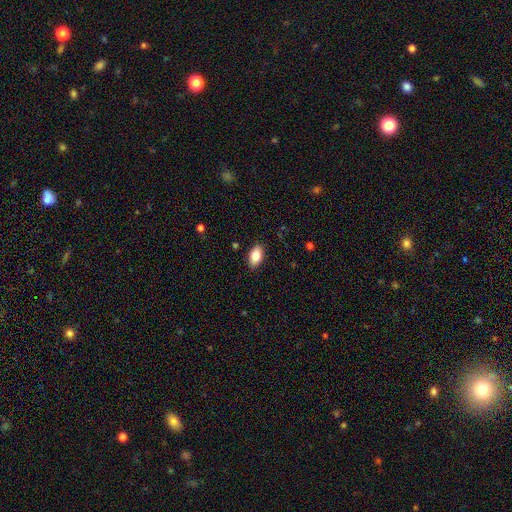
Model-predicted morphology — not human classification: type=smooth (86%); roundness=in between (93%); merging=none (88%).